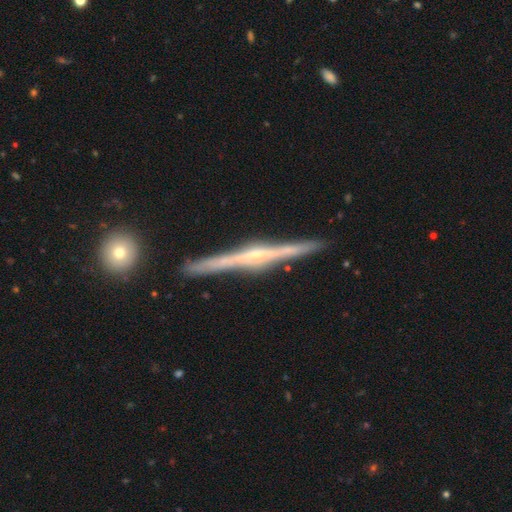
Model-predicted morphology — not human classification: Q: Smooth or featured?
A: featured or disk (85%); runner-up: smooth (10%)
Q: Edge-on disk?
A: yes (98%); runner-up: no (2%)
Q: Edge-on bulge?
A: rounded (54%); runner-up: none (29%)
Q: Merging?
A: none (89%); runner-up: minor disturbance (8%)